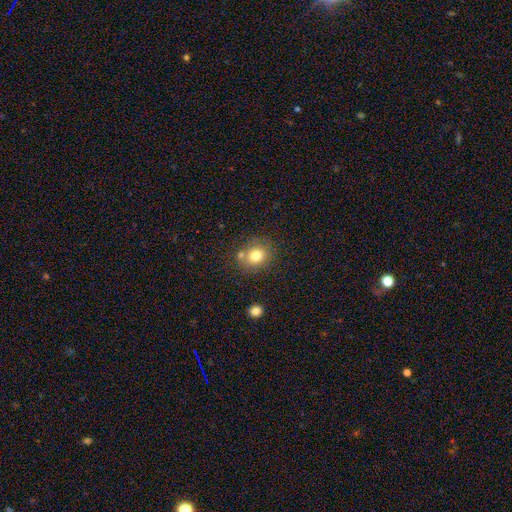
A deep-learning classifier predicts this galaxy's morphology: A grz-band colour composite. It shows a smooth galaxy with no disk features (78%) that is round (73%). Merging: none (70%).